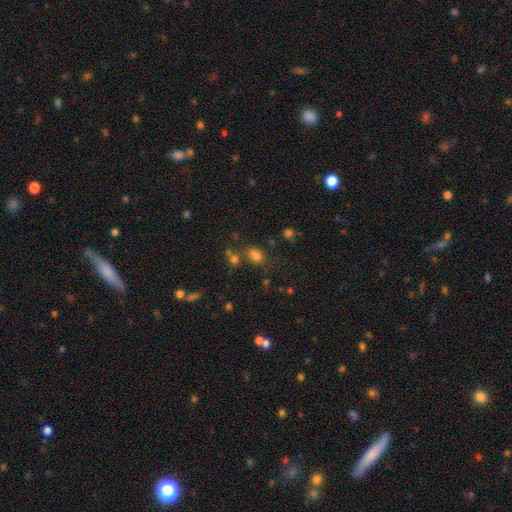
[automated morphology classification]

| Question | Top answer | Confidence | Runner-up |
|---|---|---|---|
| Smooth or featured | smooth | 71% | star or artifact (20%) |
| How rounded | in between | 74% | round (24%) |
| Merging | none | 61% | merger (17%) |